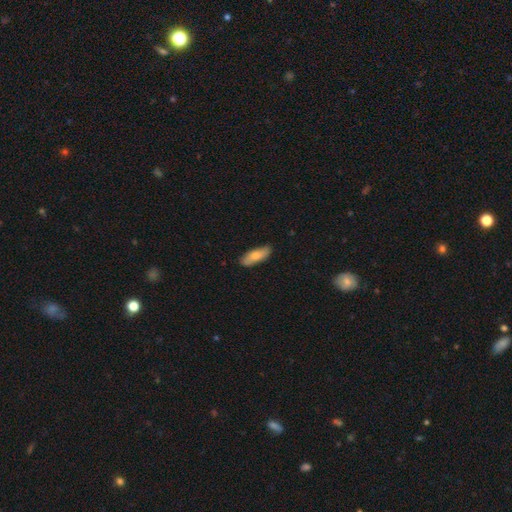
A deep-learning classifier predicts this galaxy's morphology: This is likely a smooth galaxy (73%). How rounded: likely in between (64%). Merging: clearly none (82%).